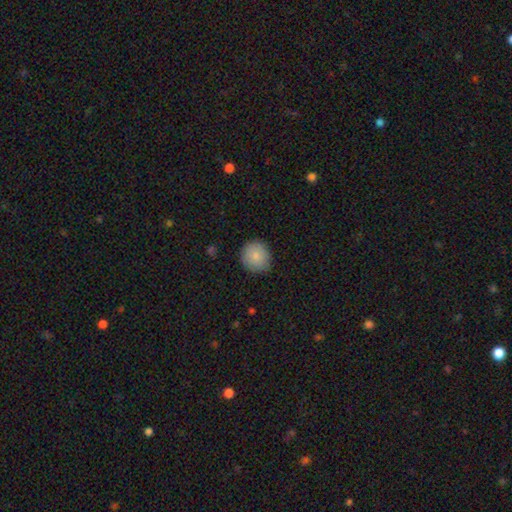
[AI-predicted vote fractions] This is clearly a smooth galaxy (85%). How rounded: clearly round (88%). Merging: clearly none (85%).